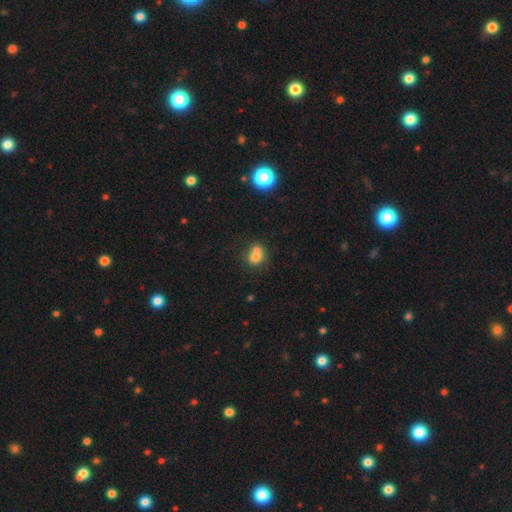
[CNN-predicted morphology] Smooth or featured: smooth — 72% (featured or disk — 16%)
How rounded: round — 65% (in between — 34%)
Merging: merger — 46% (none — 35%)